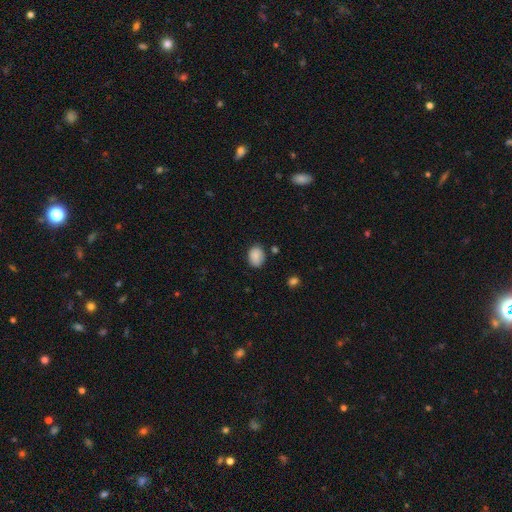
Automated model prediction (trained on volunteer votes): The model was most divided on "how rounded": in between: 65%, round: 34%, cigar-shaped: 1%. More confident: smooth or featured — smooth (85%); merging — none (76%).